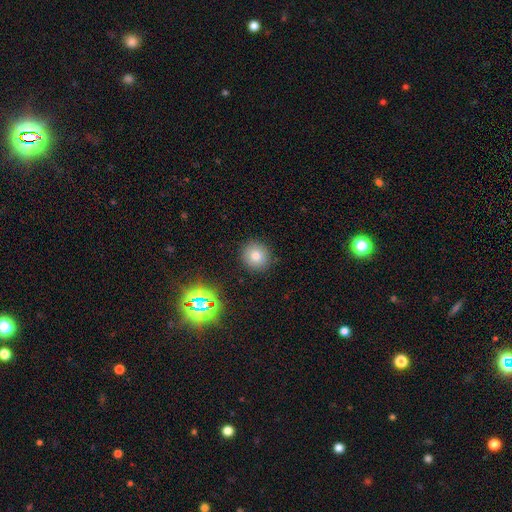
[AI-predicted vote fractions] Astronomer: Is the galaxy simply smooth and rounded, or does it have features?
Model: smooth — 76%.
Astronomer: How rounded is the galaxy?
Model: round — 91%.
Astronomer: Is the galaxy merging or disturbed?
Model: none — 89%.